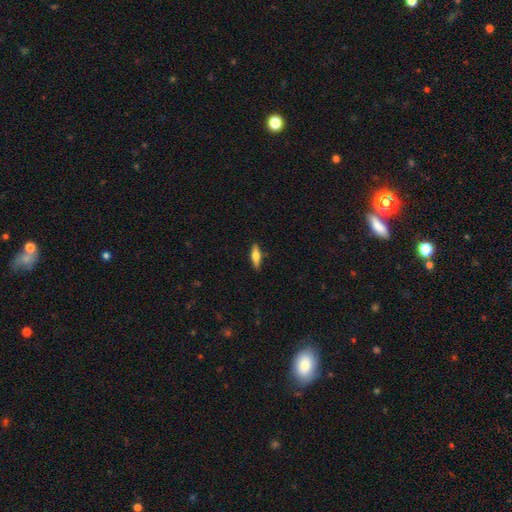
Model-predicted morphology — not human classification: Q: Smooth or featured?
A: smooth (56%); runner-up: featured or disk (38%)
Q: How rounded?
A: cigar-shaped (58%); runner-up: in between (40%)
Q: Merging?
A: none (89%); runner-up: minor disturbance (8%)